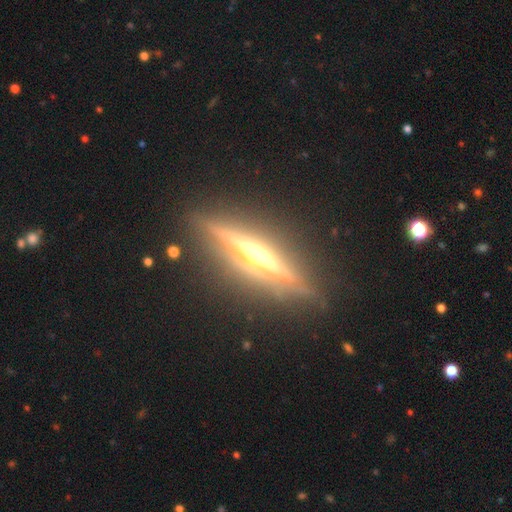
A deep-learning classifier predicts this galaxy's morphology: Smooth or featured? Predicted: featured or disk (p=0.84). Edge-on disk? Predicted: yes (p=0.96). Edge-on bulge? Predicted: rounded (p=0.87). Merging? Predicted: none (p=0.87).